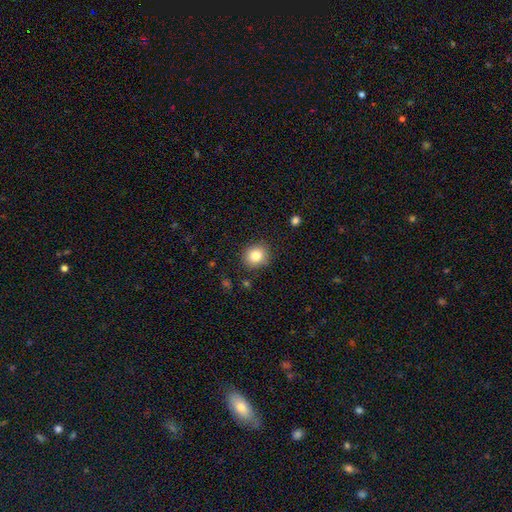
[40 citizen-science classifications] smooth-or-featured: smooth: 82% | featured or disk: 10% | star or artifact: 8%
  how-rounded: round: 70% | in between: 30% | cigar-shaped: 0%
  merging: none: 84% | minor disturbance: 11% | major disturbance: 3% | merger: 3%